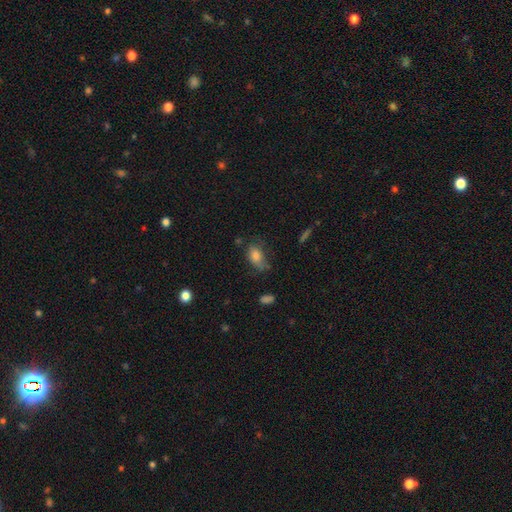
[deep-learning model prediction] Smooth or featured? Predicted: smooth (p=0.78). How rounded? Predicted: in between (p=0.86). Merging? Predicted: none (p=0.48).